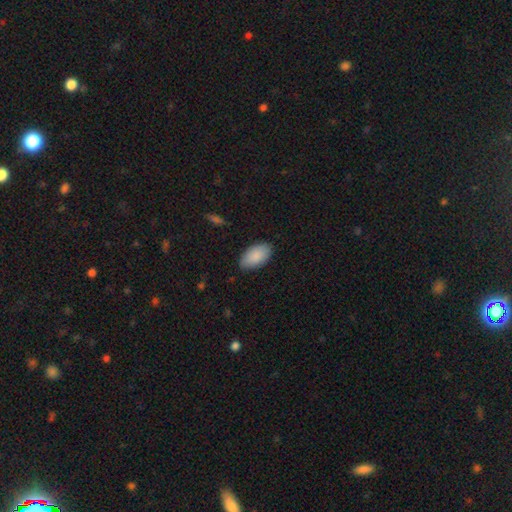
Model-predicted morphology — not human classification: smooth 89%, star or artifact 6%, featured or disk 5%. Down the decision tree: how rounded — in between (95%); merging — none (84%).